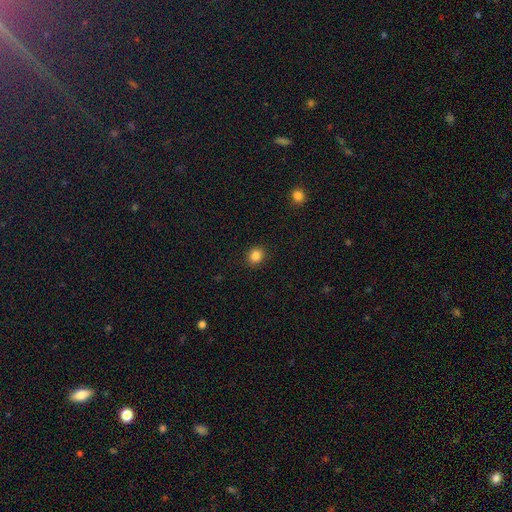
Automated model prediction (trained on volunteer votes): The model was most divided on "how rounded": round: 82%, in between: 17%, cigar-shaped: 1%. More confident: merging — none (91%); smooth or featured — smooth (85%).